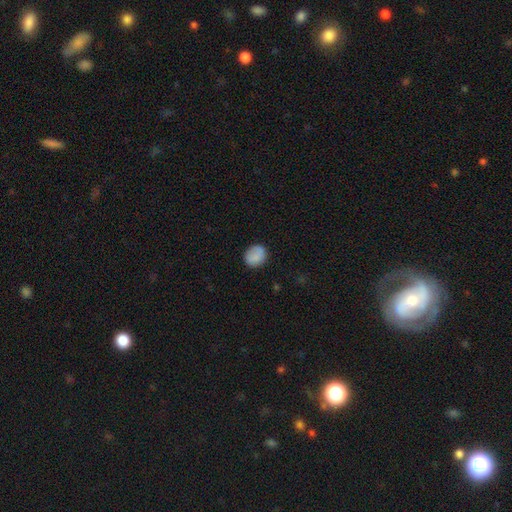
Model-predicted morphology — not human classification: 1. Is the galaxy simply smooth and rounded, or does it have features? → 84% smooth, 8% featured or disk, 8% star or artifact.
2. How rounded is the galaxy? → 75% round, 24% in between, 1% cigar-shaped.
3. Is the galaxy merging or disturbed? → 82% none, 13% minor disturbance, 3% major disturbance, 1% merger.